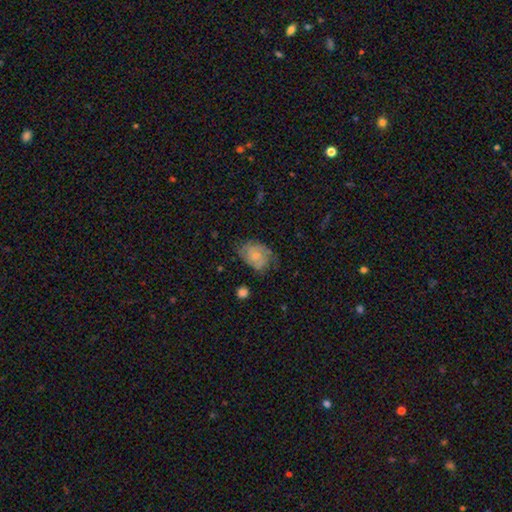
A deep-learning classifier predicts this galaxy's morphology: type=featured or disk (47%); merging=none (51%).